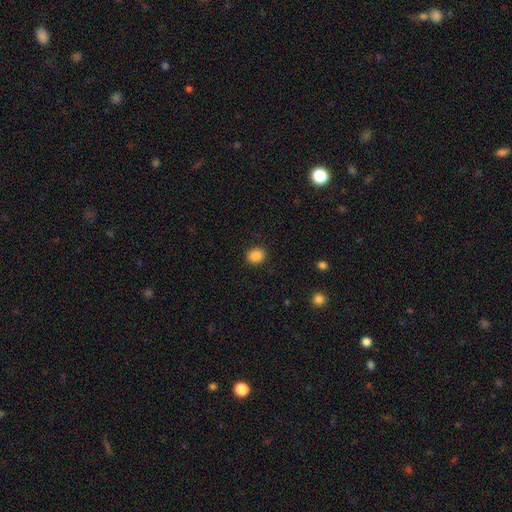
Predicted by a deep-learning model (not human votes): Smooth or featured? smooth (88%)
How rounded? round (73%)
Merging? none (91%)